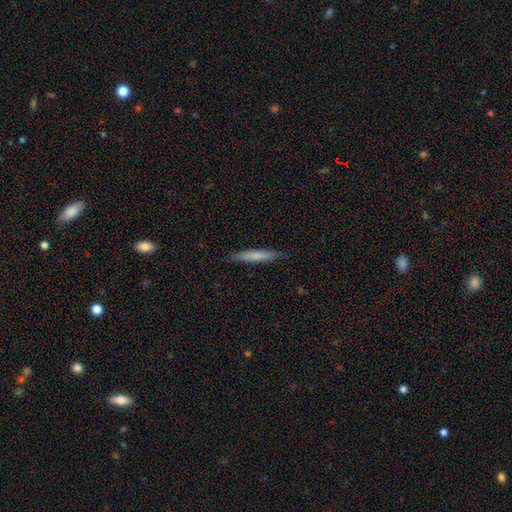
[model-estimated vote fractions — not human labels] Smooth or featured? Predicted: smooth (p=0.69). How rounded? Predicted: cigar-shaped (p=0.94). Merging? Predicted: none (p=0.90).